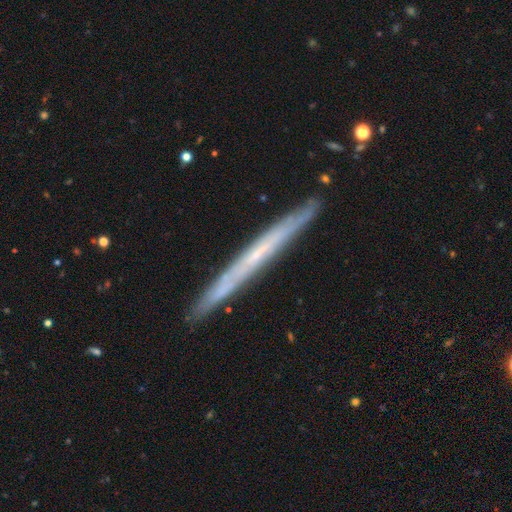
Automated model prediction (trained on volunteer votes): A featured or disk galaxy (63%) viewed edge-on (95%) with no central bulge (86%). Merging: none (89%).